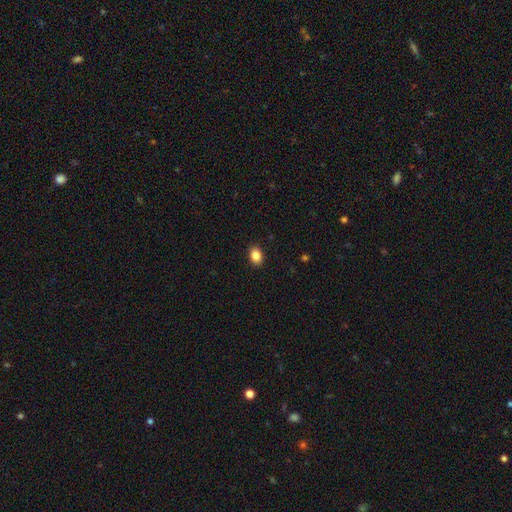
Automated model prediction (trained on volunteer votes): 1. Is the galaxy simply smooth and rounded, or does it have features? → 86% smooth, 9% star or artifact, 5% featured or disk.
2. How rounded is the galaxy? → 76% in between, 23% round, 1% cigar-shaped.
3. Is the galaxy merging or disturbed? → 90% none, 7% minor disturbance, 2% major disturbance, 1% merger.